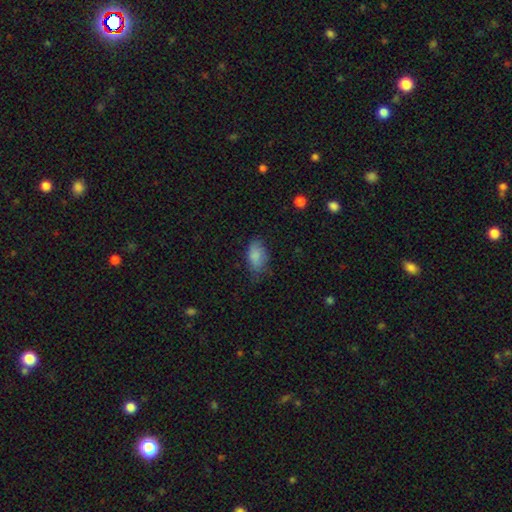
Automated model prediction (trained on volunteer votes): A smooth galaxy with no disk features (83%) that is in between round and cigar-shaped (91%).

Vote fractions:
- Smooth or featured? smooth: 83% / featured or disk: 9% / star or artifact: 8%
- How rounded? in between: 91% / round: 5% / cigar-shaped: 3%
- Merging? none: 60% / minor disturbance: 30% / major disturbance: 9% / merger: 2%